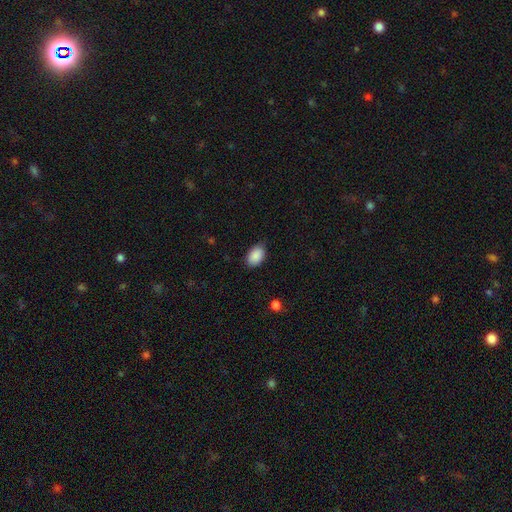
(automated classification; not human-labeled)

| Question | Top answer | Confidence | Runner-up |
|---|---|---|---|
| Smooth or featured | smooth | 90% | star or artifact (7%) |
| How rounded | in between | 88% | round (11%) |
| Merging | none | 81% | minor disturbance (15%) |